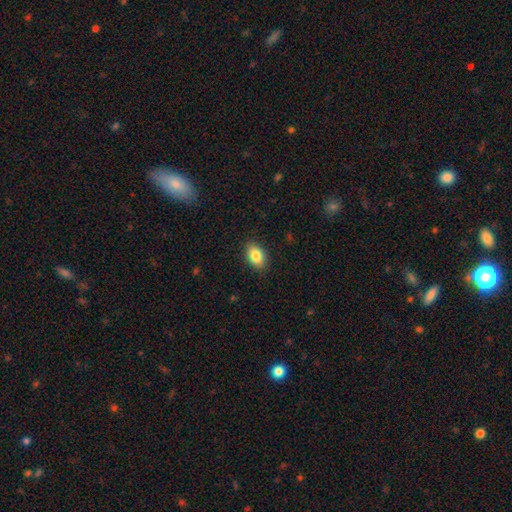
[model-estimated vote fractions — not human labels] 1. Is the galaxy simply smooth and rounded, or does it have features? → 84% smooth, 8% featured or disk, 8% star or artifact.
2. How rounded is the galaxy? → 87% in between, 11% round, 2% cigar-shaped.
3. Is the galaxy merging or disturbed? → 88% none, 9% minor disturbance, 2% major disturbance, 1% merger.